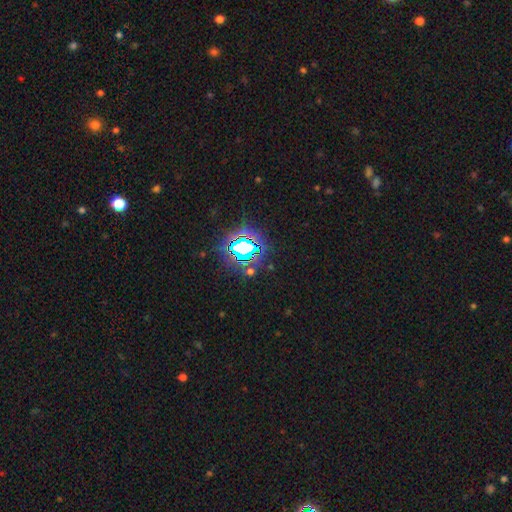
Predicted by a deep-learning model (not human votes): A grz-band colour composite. It shows a star or artifact, not a galaxy (82%).